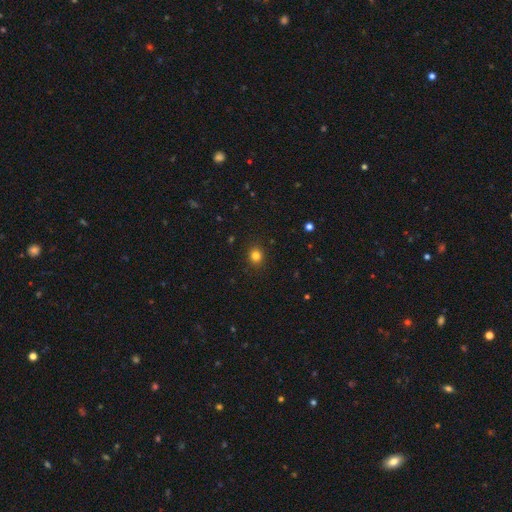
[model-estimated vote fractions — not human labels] Smooth or featured? smooth (82%)
How rounded? round (81%)
Merging? none (90%)